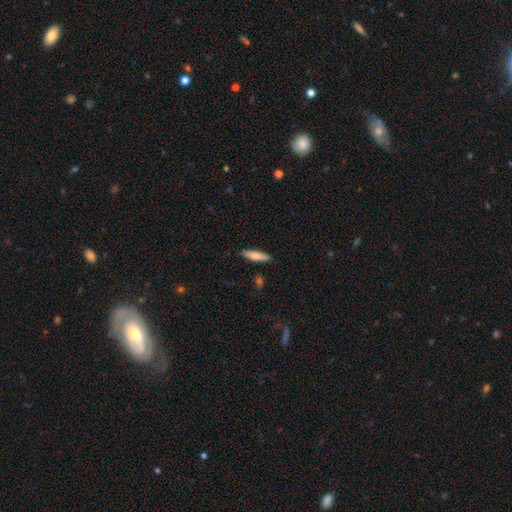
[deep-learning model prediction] smooth-or-featured: smooth: 76% | featured or disk: 18% | star or artifact: 6%
  how-rounded: cigar-shaped: 76% | in between: 22% | round: 2%
  merging: none: 88% | minor disturbance: 8% | merger: 2% | major disturbance: 2%